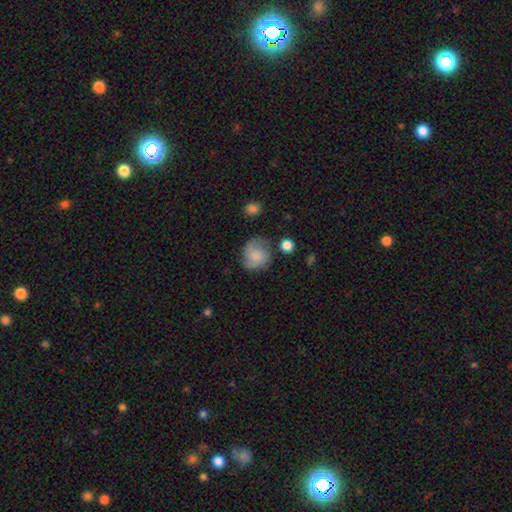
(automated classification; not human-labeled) smooth_or_featured: smooth (p=0.66) [alt: featured or disk p=0.25]
how_rounded: round (p=0.74) [alt: in between p=0.25]
merging: none (p=0.57) [alt: minor disturbance p=0.27]